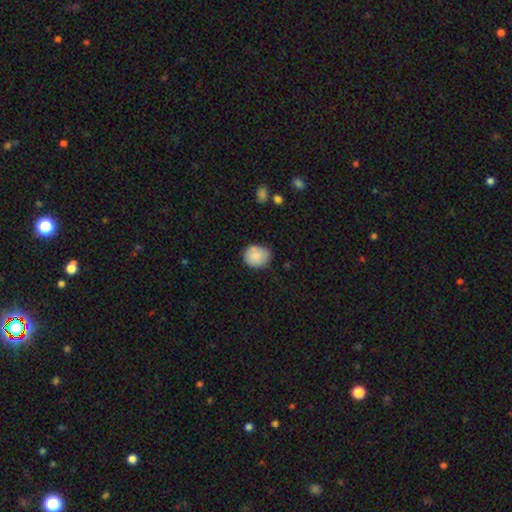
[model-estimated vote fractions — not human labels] Smooth or featured: smooth — 85% (featured or disk — 8%)
How rounded: round — 74% (in between — 26%)
Merging: none — 68% (minor disturbance — 24%)